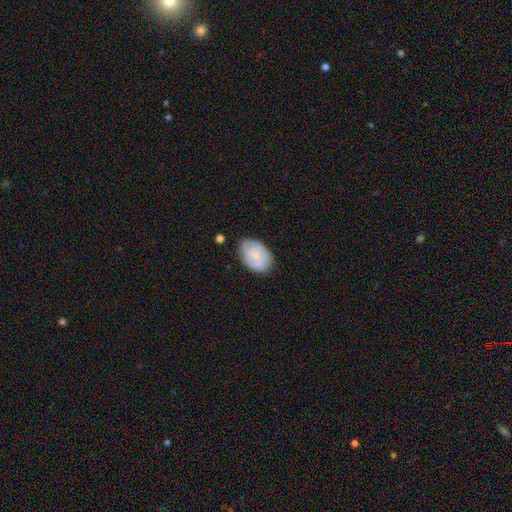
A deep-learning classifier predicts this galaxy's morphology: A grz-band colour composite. It shows a smooth galaxy with no disk features (55%) that is in between round and cigar-shaped (85%). Merging: none (74%).